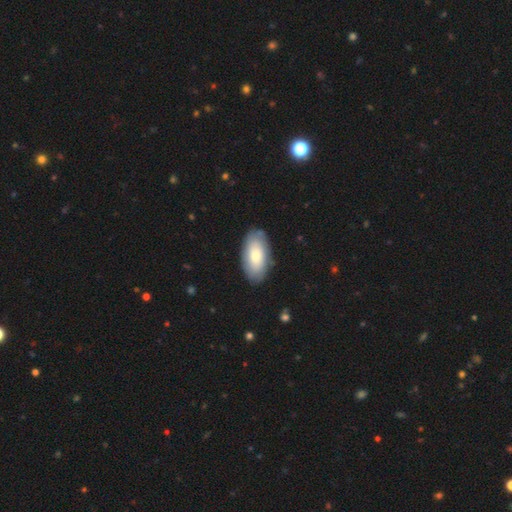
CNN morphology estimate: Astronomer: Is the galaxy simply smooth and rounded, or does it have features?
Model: smooth — 71%.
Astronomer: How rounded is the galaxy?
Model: in between — 94%.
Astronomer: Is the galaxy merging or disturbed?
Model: none — 82%.